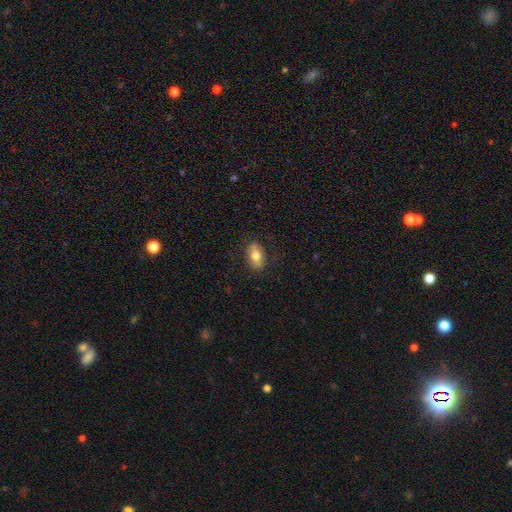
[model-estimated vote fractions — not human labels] Smooth or featured? Predicted: smooth (p=0.70). How rounded? Predicted: in between (p=0.87). Merging? Predicted: none (p=0.82).